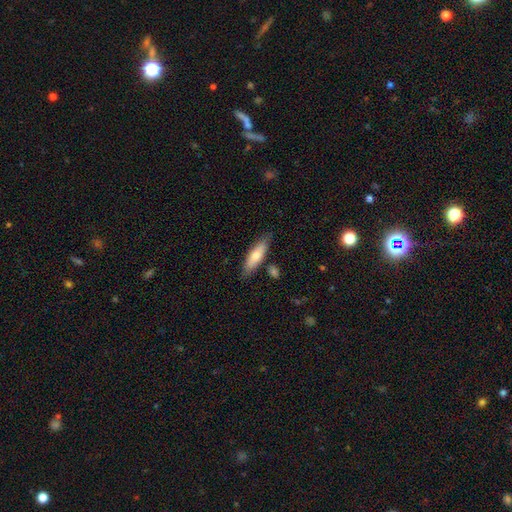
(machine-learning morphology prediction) Smooth or featured?
  - smooth: 65% *
  - featured or disk: 29%
  - star or artifact: 6%
How rounded?
  - cigar-shaped: 61% *
  - in between: 37%
  - round: 2%
Merging?
  - none: 80% *
  - minor disturbance: 13%
  - merger: 4%
  - major disturbance: 3%